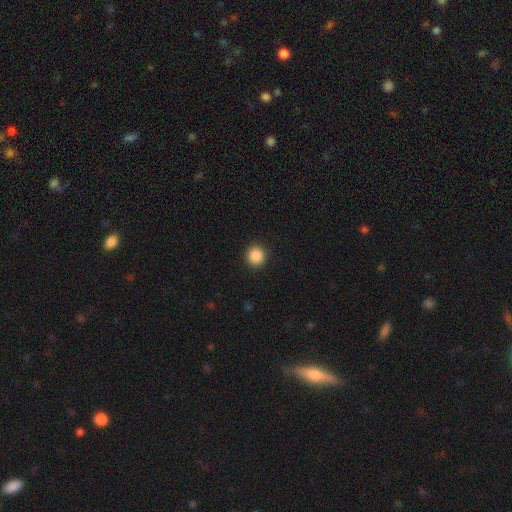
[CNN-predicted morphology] This appears to be a smooth galaxy with no disk features (88%) that is round (93%). Merging: none (92%).